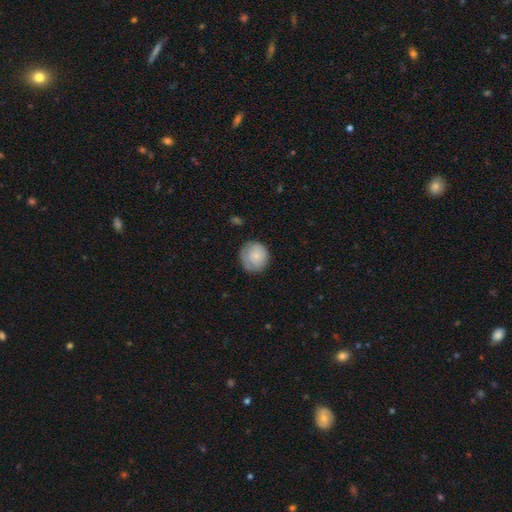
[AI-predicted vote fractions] Q: Smooth or featured?
A: smooth (73%); runner-up: featured or disk (20%)
Q: How rounded?
A: round (89%); runner-up: in between (10%)
Q: Merging?
A: none (73%); runner-up: minor disturbance (20%)